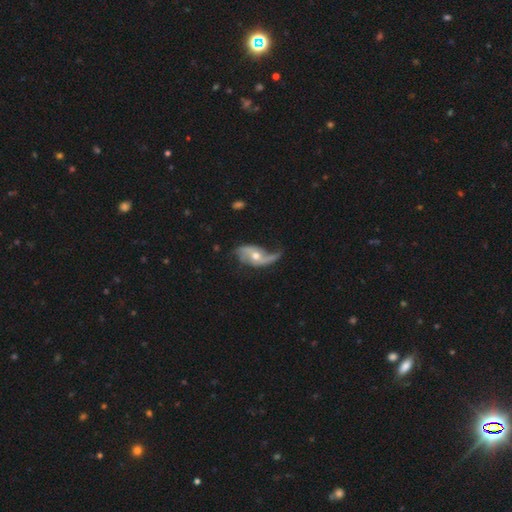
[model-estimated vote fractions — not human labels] smooth_or_featured: featured or disk (p=0.85) [alt: smooth p=0.10]
disk_edge_on: no (p=0.94) [alt: yes p=0.06]
bar: no (p=0.62) [alt: weak p=0.28]
has_spiral_arms: yes (p=0.93) [alt: no p=0.07]
spiral_winding: loose (p=0.79) [alt: medium p=0.16]
spiral_arm_count: 2 (p=0.86) [alt: 1 p=0.07]
bulge_size: moderate (p=0.67) [alt: small p=0.28]
merging: none (p=0.53) [alt: minor disturbance p=0.26]